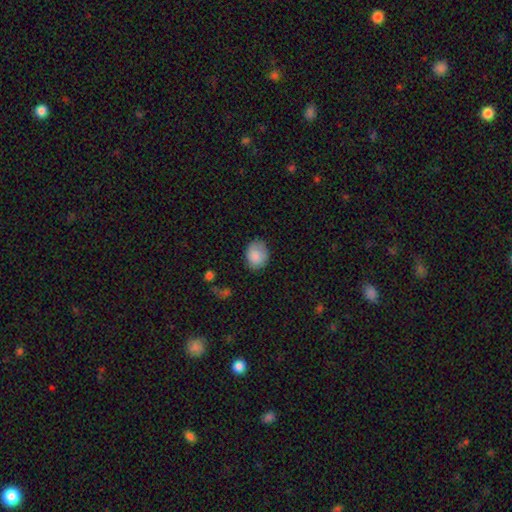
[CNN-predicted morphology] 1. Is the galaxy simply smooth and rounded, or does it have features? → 86% smooth, 7% star or artifact, 6% featured or disk.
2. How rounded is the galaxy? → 52% round, 47% in between, 1% cigar-shaped.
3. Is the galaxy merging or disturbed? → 72% none, 22% minor disturbance, 5% major disturbance, 1% merger.